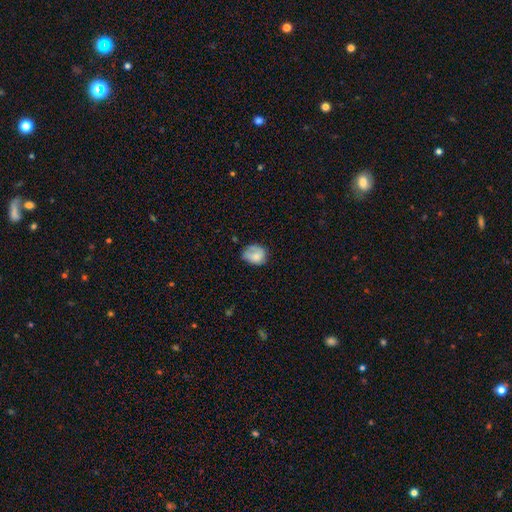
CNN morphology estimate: smooth_or_featured: smooth (p=0.73) [alt: featured or disk p=0.20]
how_rounded: round (p=0.50) [alt: in between p=0.49]
merging: none (p=0.48) [alt: minor disturbance p=0.35]